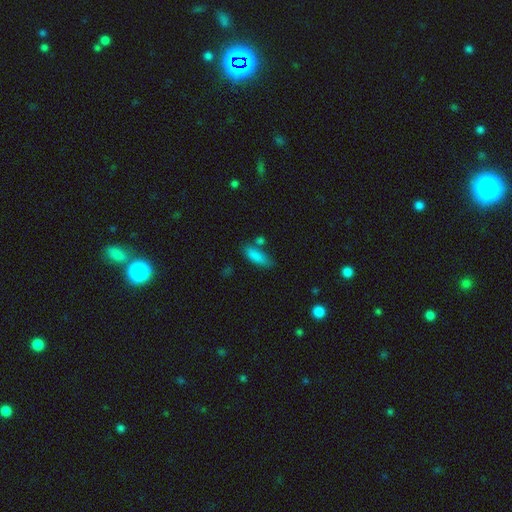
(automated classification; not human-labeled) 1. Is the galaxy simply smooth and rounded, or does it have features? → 86% smooth, 7% star or artifact, 7% featured or disk.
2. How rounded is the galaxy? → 61% in between, 37% cigar-shaped, 2% round.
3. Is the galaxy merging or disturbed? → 68% none, 17% minor disturbance, 10% merger, 5% major disturbance.